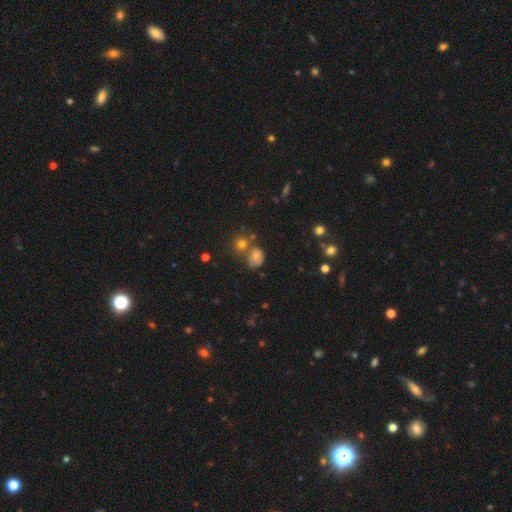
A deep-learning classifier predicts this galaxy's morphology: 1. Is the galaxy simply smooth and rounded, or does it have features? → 52% smooth, 25% star or artifact, 23% featured or disk.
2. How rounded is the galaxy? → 73% round, 26% in between, 1% cigar-shaped.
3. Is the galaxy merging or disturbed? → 55% none, 23% merger, 15% minor disturbance, 7% major disturbance.